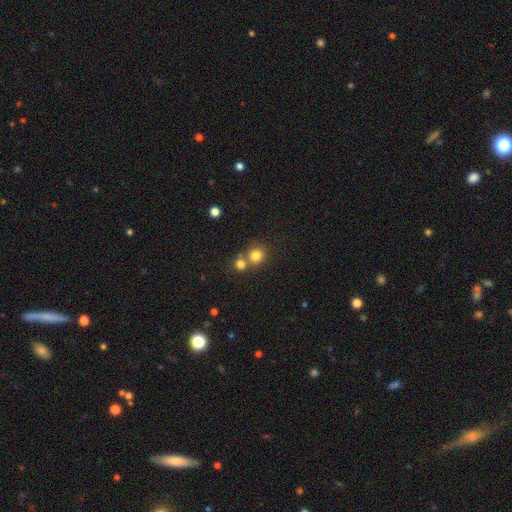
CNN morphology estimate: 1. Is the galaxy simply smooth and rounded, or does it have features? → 79% smooth, 13% star or artifact, 7% featured or disk.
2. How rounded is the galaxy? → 88% round, 11% in between, 1% cigar-shaped.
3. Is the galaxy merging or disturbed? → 56% none, 35% merger, 7% minor disturbance, 3% major disturbance.